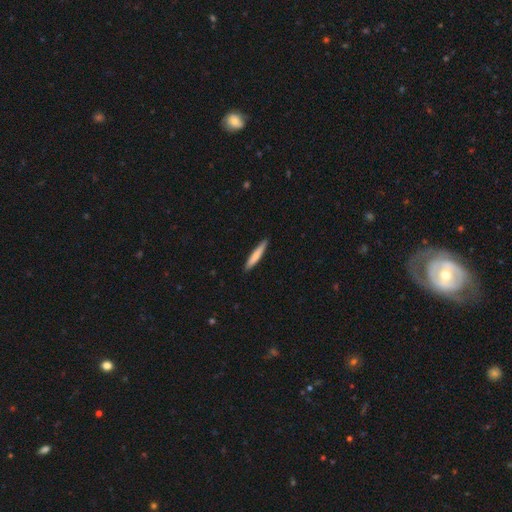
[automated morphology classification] This is likely a smooth galaxy (73%). How rounded: clearly cigar-shaped (93%). Merging: clearly none (89%).